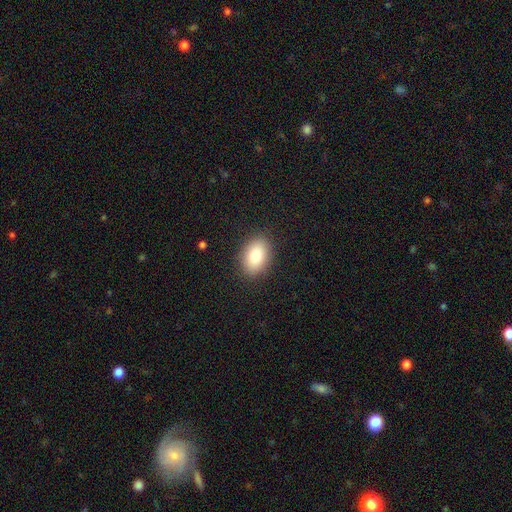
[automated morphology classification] Smooth or featured? Predicted: smooth (p=0.86). How rounded? Predicted: in between (p=0.87). Merging? Predicted: none (p=0.88).